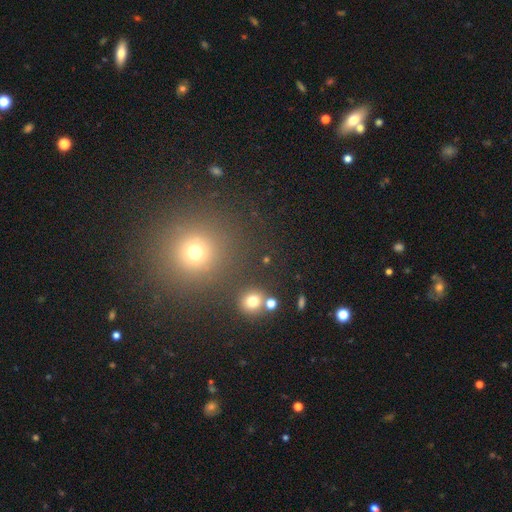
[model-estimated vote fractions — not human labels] Smooth or featured? smooth (52%)
How rounded? round (92%)
Merging? none (89%)